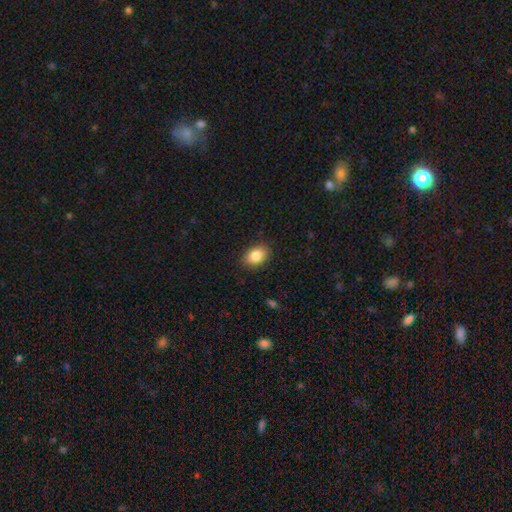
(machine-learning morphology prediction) smooth 85%, star or artifact 8%, featured or disk 7%. Down the decision tree: how rounded — in between (76%); merging — none (86%).